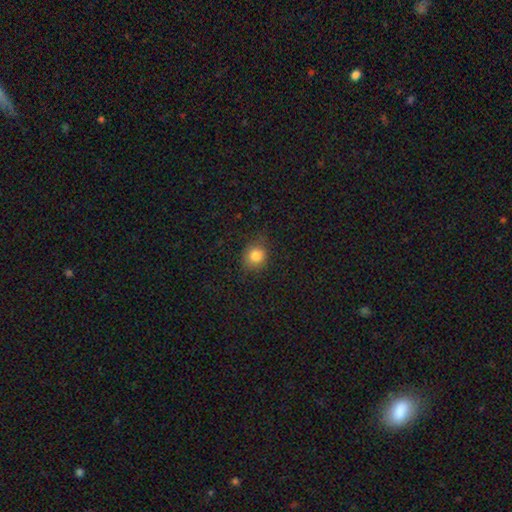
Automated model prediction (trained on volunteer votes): Smooth or featured: smooth — 82% (star or artifact — 12%)
How rounded: round — 76% (in between — 23%)
Merging: none — 77% (minor disturbance — 17%)